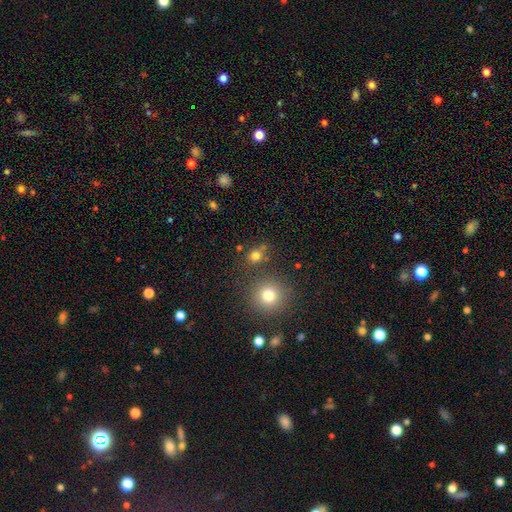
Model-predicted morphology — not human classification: type=smooth (75%); roundness=round (76%); merging=none (75%).